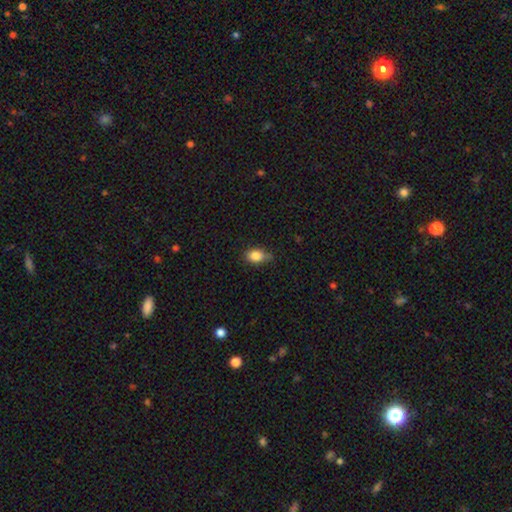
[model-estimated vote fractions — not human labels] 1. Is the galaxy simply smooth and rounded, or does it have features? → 84% smooth, 9% star or artifact, 7% featured or disk.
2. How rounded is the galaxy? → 69% in between, 29% round, 2% cigar-shaped.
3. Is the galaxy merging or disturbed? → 53% none, 37% minor disturbance, 7% major disturbance, 3% merger.